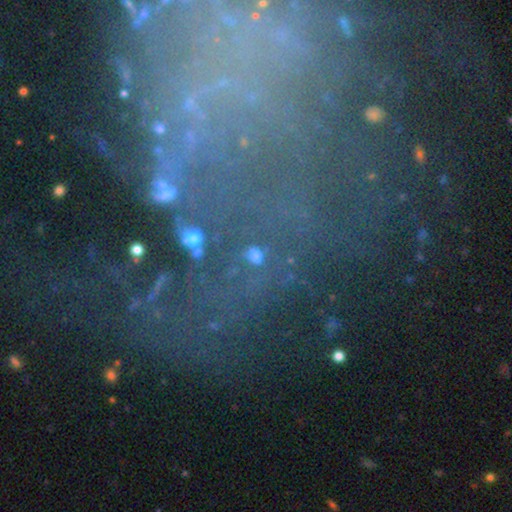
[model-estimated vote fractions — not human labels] A star or artifact, not a galaxy (41%).

Vote fractions:
- Smooth or featured? star or artifact: 41% / smooth: 39% / featured or disk: 20%